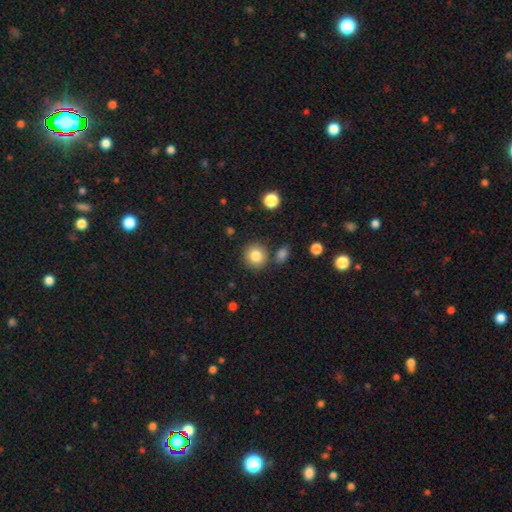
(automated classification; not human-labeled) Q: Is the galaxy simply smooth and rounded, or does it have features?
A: smooth — 83%.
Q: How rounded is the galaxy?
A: round — 88%.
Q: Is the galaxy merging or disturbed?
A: none — 82%.